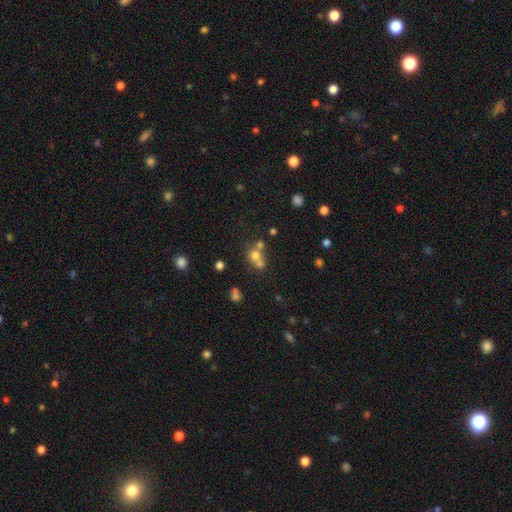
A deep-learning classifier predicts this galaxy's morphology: Q: Smooth or featured?
A: smooth (67%); runner-up: featured or disk (17%)
Q: How rounded?
A: round (81%); runner-up: in between (18%)
Q: Merging?
A: merger (53%); runner-up: none (37%)